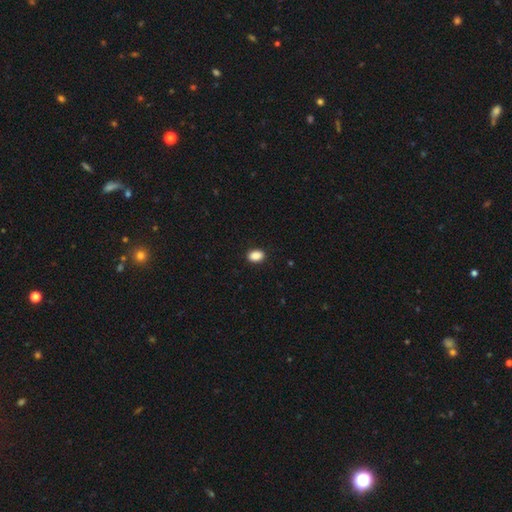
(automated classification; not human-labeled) Smooth or featured? smooth (89%)
How rounded? in between (80%)
Merging? none (90%)